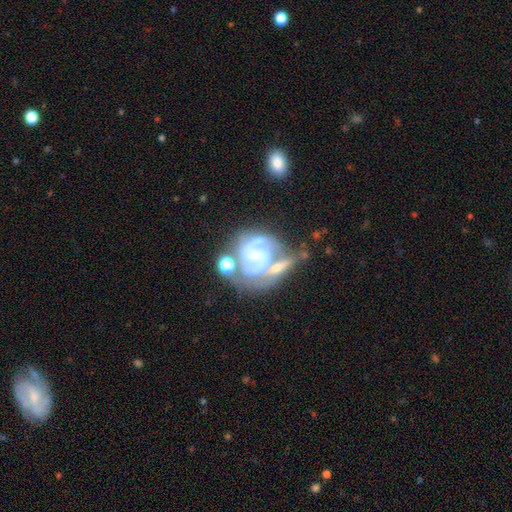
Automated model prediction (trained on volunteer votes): This appears to be a featured or disk galaxy (83%) with no bar (46%), 2 (58%) tight (51%) spiral arms (92%) and a small central bulge (56%). Merging: none (38%).